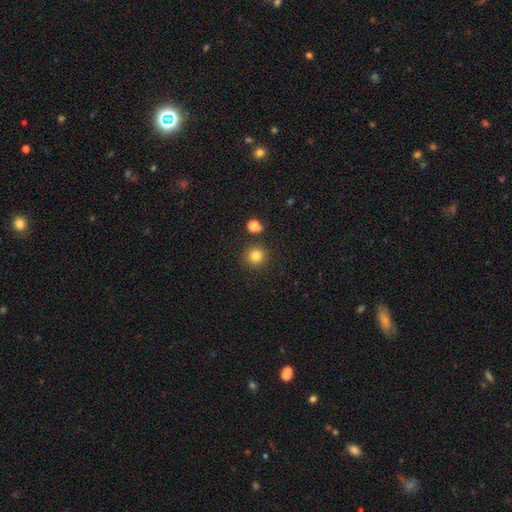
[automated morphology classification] This appears to be a smooth galaxy with no disk features (82%) that is round (92%). Merging: none (87%).